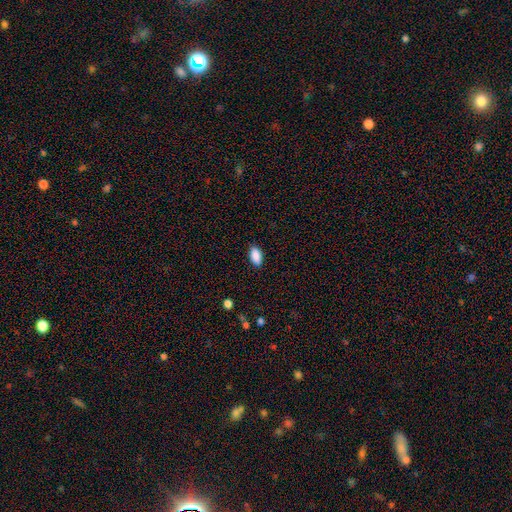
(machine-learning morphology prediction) Smooth or featured? smooth (90%)
How rounded? in between (93%)
Merging? none (88%)